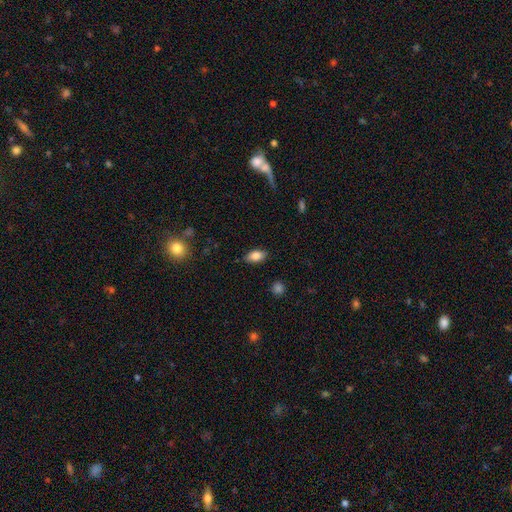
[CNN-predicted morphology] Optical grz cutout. It shows a smooth galaxy with no disk features (83%) that is in between round and cigar-shaped (90%). Merging: none (85%).